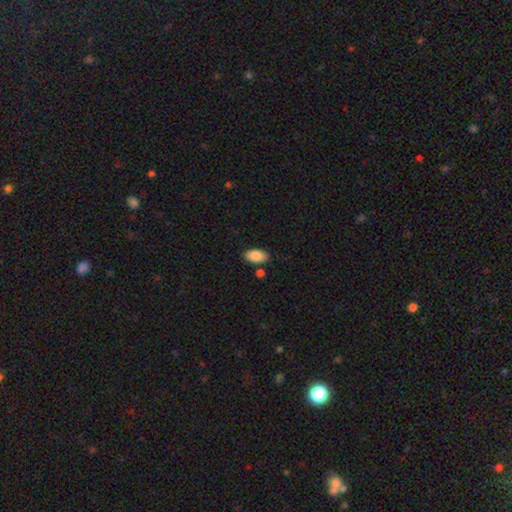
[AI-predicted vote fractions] smooth 87%, featured or disk 7%, star or artifact 7%. Down the decision tree: how rounded — in between (94%); merging — none (83%).